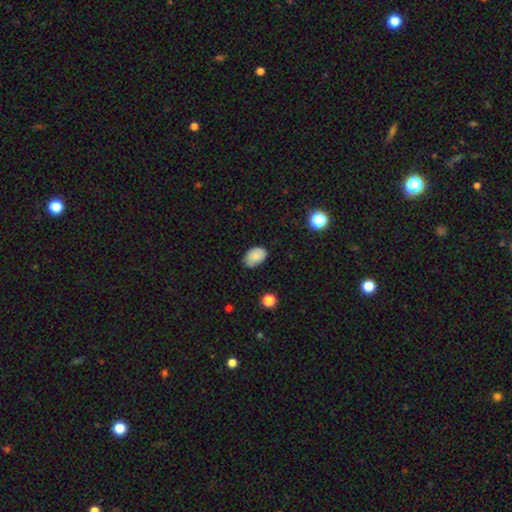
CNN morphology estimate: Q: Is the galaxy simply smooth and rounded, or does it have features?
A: smooth — 82%.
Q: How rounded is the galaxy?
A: in between — 85%.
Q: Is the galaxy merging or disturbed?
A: none — 65%.